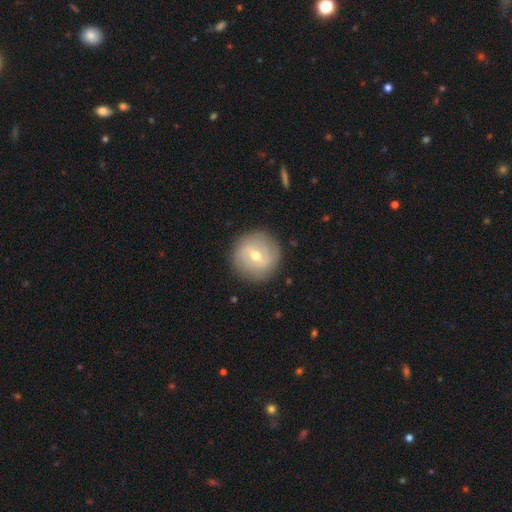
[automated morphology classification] The model was most divided on "smooth or featured": featured or disk: 58%, smooth: 35%, star or artifact: 7%. More confident: edge-on disk — no (96%); merging — none (87%); bulge size — moderate (69%); spiral arms — yes (66%); bar — weak (55%).